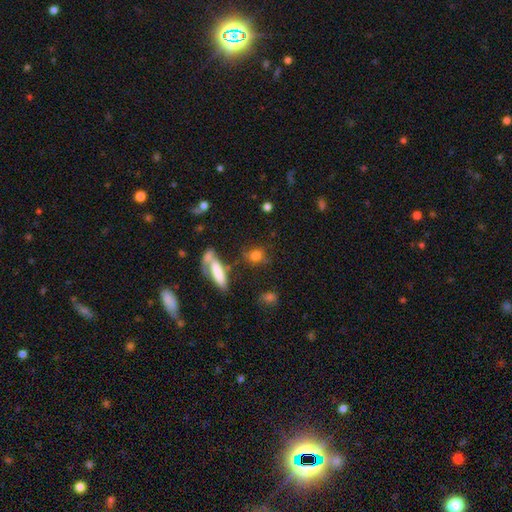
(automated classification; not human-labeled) Smooth or featured: smooth — 73% (star or artifact — 14%)
How rounded: round — 49% (in between — 36%)
Merging: none — 62% (minor disturbance — 16%)